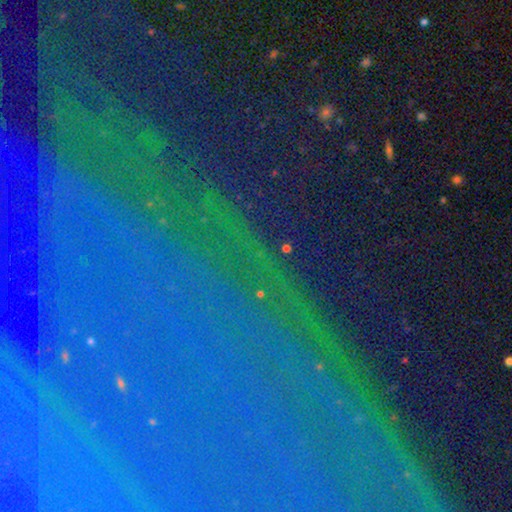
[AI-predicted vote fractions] The model was most divided on "smooth or featured": star or artifact: 85%, featured or disk: 8%, smooth: 7%.